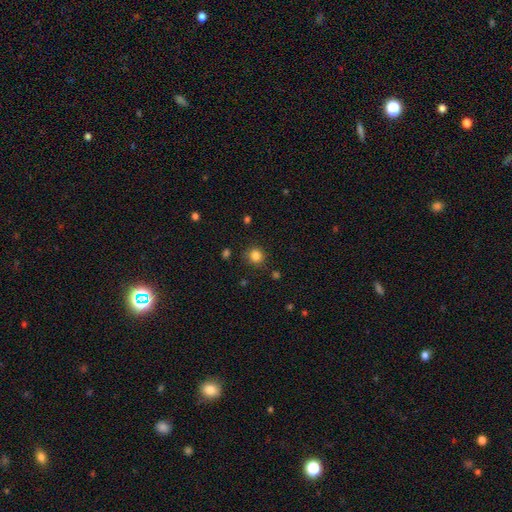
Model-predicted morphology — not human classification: This appears to be a smooth galaxy with no disk features (83%) that is round (87%). Merging: none (85%).